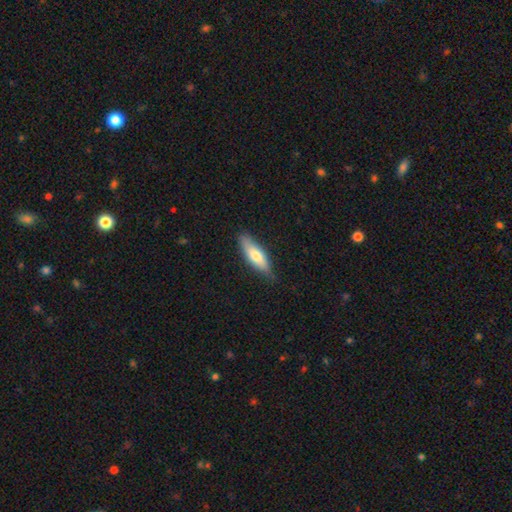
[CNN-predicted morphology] smooth_or_featured: smooth (p=0.70) [alt: featured or disk p=0.24]
how_rounded: in between (p=0.52) [alt: cigar-shaped p=0.46]
merging: none (p=0.80) [alt: minor disturbance p=0.17]